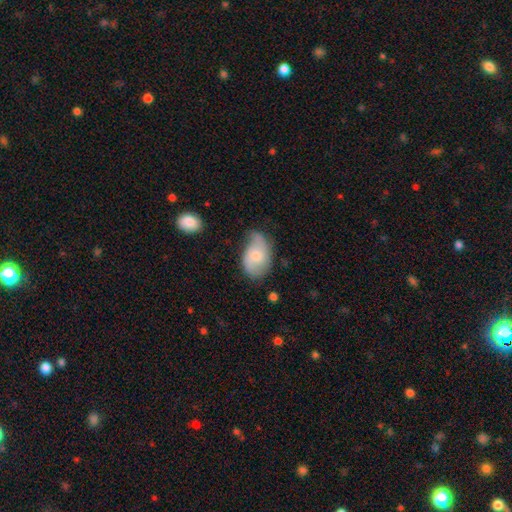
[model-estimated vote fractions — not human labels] A smooth galaxy with no disk features (49%). Merging: none (45%).